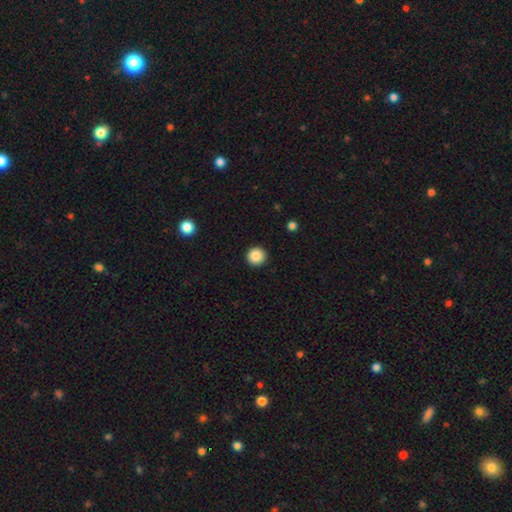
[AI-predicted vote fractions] Smooth or featured: smooth — 87% (star or artifact — 10%)
How rounded: round — 96% (in between — 3%)
Merging: none — 93% (minor disturbance — 4%)